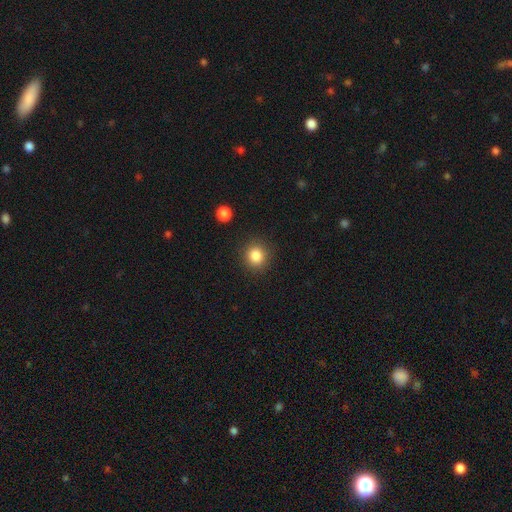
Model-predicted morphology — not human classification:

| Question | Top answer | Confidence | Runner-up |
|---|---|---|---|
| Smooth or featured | smooth | 84% | star or artifact (11%) |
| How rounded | round | 91% | in between (8%) |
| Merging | none | 89% | minor disturbance (6%) |